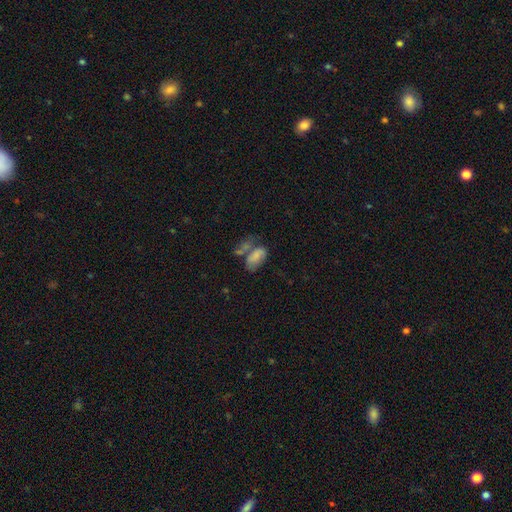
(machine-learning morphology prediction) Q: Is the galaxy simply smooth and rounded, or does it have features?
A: smooth — 71%.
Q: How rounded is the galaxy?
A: in between — 92%.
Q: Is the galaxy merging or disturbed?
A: merger — 34%.